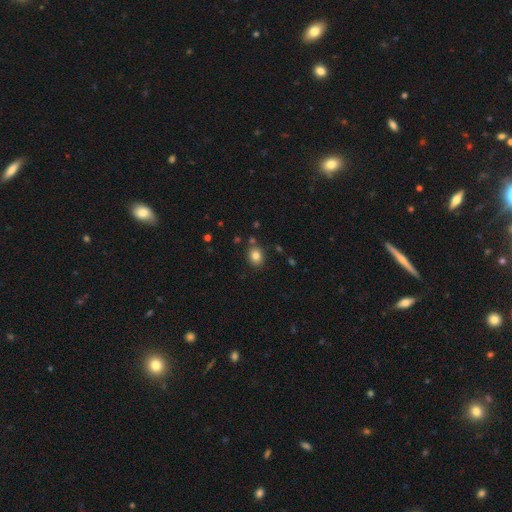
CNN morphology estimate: The model was most divided on "how rounded": round: 60%, in between: 39%, cigar-shaped: 1%. More confident: smooth or featured — smooth (82%); merging — none (82%).